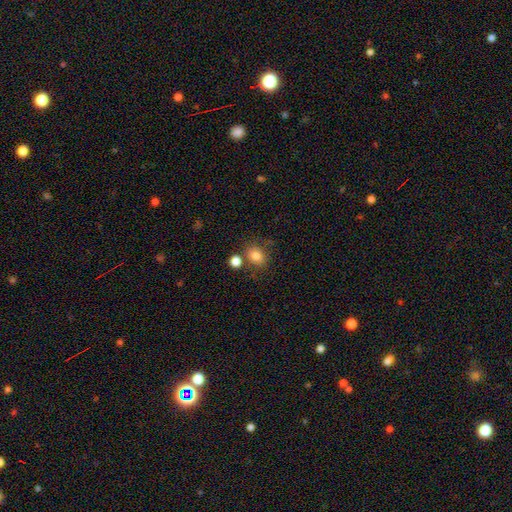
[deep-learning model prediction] This is clearly a smooth galaxy (80%). How rounded: possibly round (53%). Merging: likely none (67%).